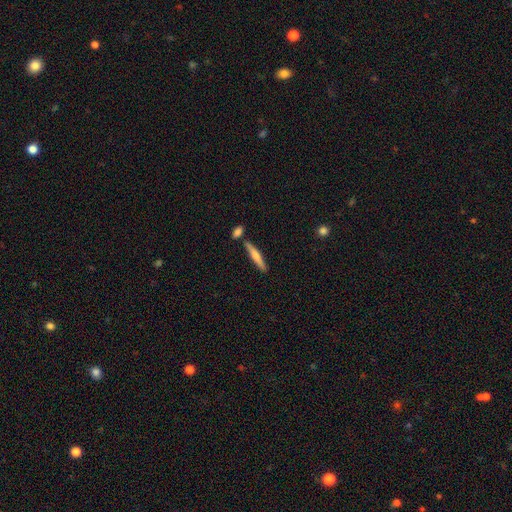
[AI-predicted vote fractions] Overall: smooth (54%; featured or disk 40%). How rounded: cigar-shaped (90%). Merging: none (79%).